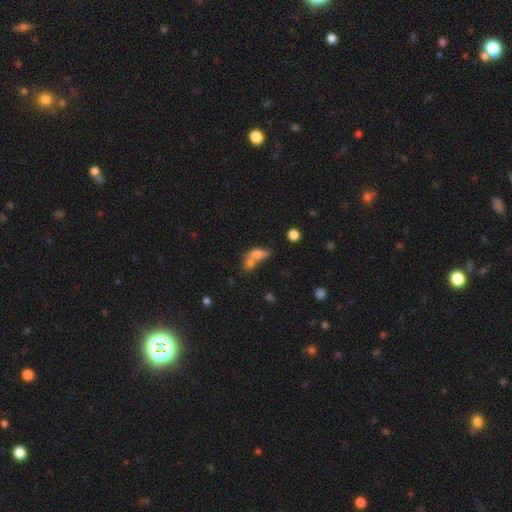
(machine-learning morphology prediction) This appears to be a smooth galaxy with no disk features (68%) that is in between round and cigar-shaped (68%). Merging: merger (63%).